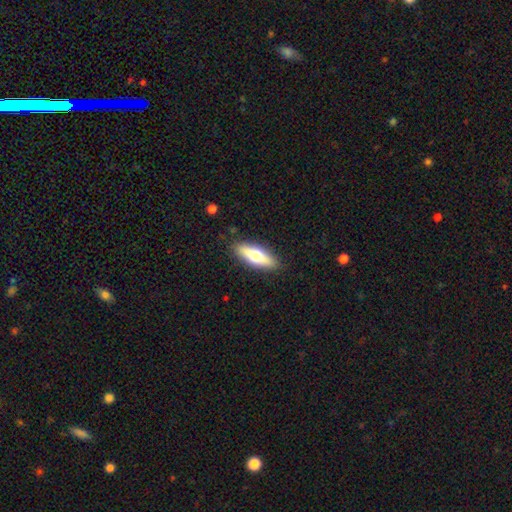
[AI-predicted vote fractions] A smooth galaxy with no disk features (59%) that is in between round and cigar-shaped (57%). Merging: none (88%).